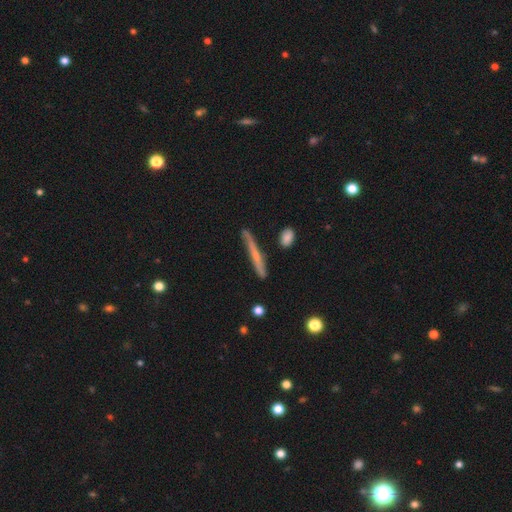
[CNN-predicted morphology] The model was most divided on "smooth or featured": smooth: 47%, featured or disk: 46%, star or artifact: 7%. More confident: merging — none (77%).